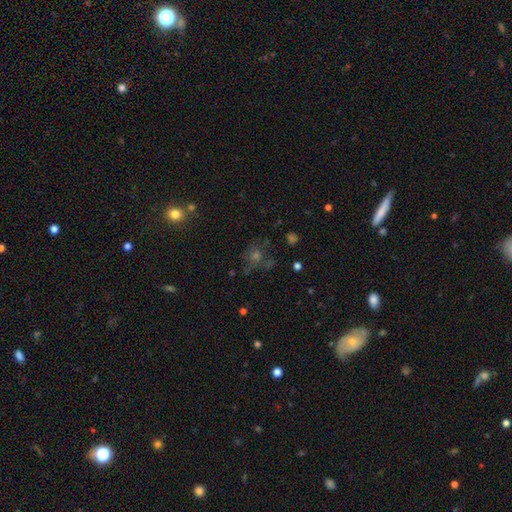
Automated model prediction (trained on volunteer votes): Smooth or featured? star or artifact (40%)